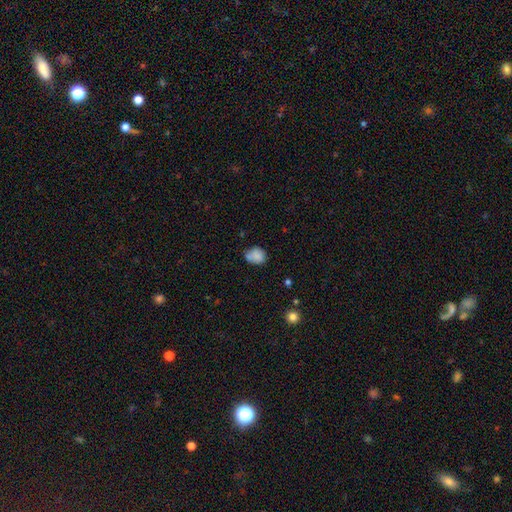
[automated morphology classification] Smooth or featured? smooth (78%)
How rounded? round (58%)
Merging? none (53%)